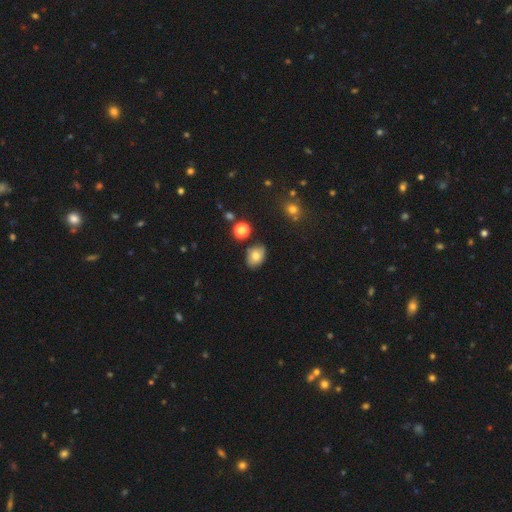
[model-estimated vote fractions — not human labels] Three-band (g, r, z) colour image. It shows a smooth galaxy with no disk features (73%) that is in between round and cigar-shaped (71%). Merging: none (77%).